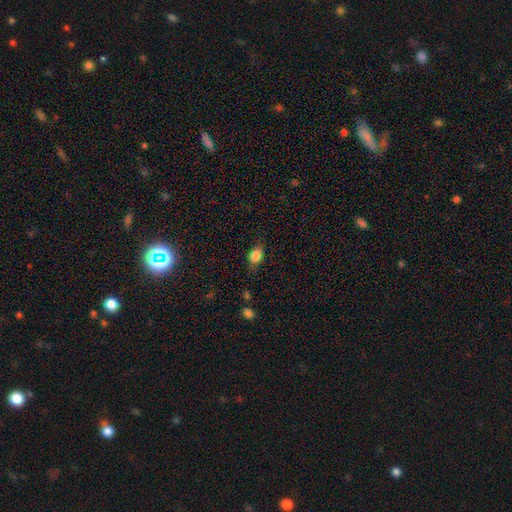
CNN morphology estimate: This is clearly a smooth galaxy (83%). How rounded: likely in between (70%). Merging: likely none (73%).